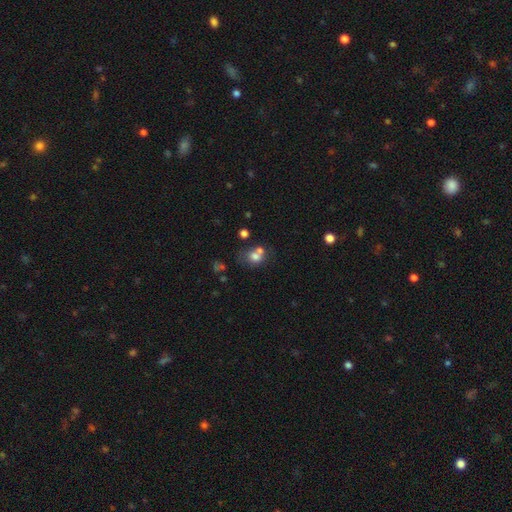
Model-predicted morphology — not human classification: Smooth or featured?
  - smooth: 70% *
  - featured or disk: 16%
  - star or artifact: 14%
How rounded?
  - round: 64% *
  - in between: 35%
  - cigar-shaped: 1%
Merging?
  - merger: 46% *
  - none: 36%
  - minor disturbance: 11%
  - major disturbance: 7%